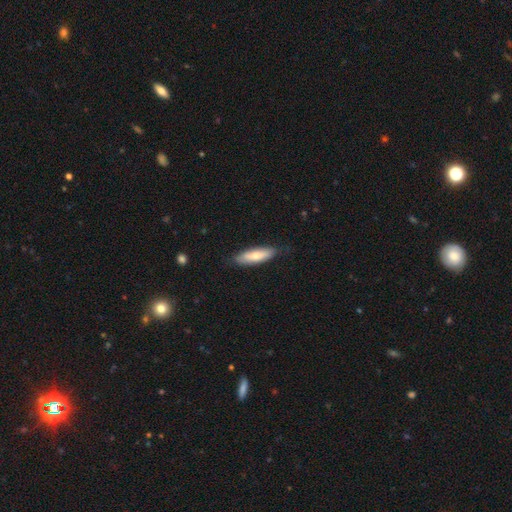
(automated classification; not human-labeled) The model was most divided on "how rounded": in between: 50%, cigar-shaped: 49%, round: 2%. More confident: merging — none (80%); smooth or featured — smooth (70%).